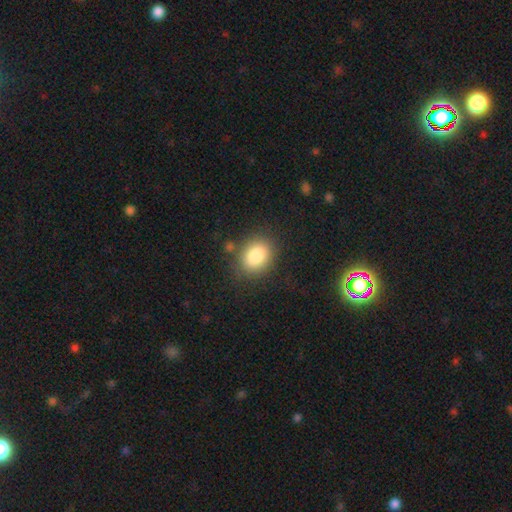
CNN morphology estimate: A smooth galaxy with no disk features (84%) that is in between round and cigar-shaped (61%). Merging: none (82%).